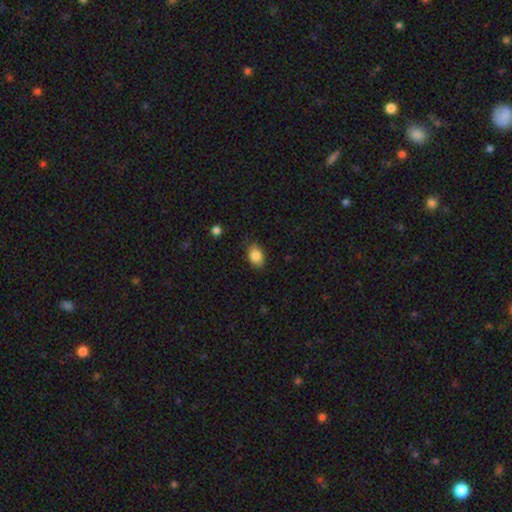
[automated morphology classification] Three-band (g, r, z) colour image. It shows a smooth galaxy with no disk features (86%) that is in between round and cigar-shaped (76%). Merging: none (81%).